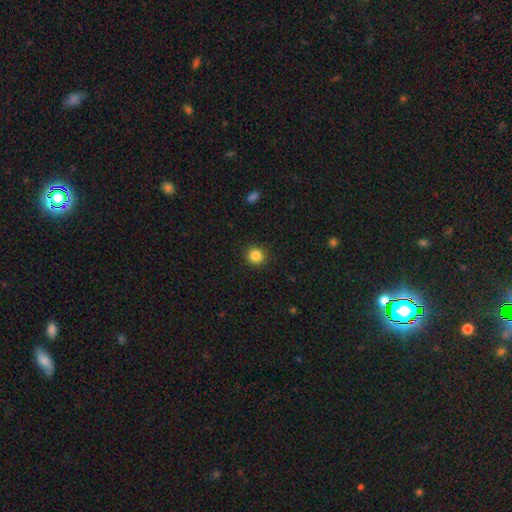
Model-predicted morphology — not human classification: Overall: smooth (86%). How rounded: round (90%). Merging: none (91%).